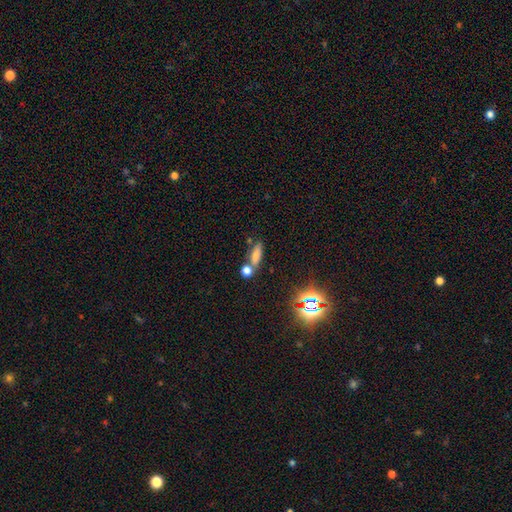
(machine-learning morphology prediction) Smooth or featured?
  - smooth: 70% *
  - star or artifact: 17%
  - featured or disk: 13%
How rounded?
  - in between: 55% *
  - cigar-shaped: 37%
  - round: 8%
Merging?
  - none: 53% *
  - merger: 30%
  - minor disturbance: 12%
  - major disturbance: 5%